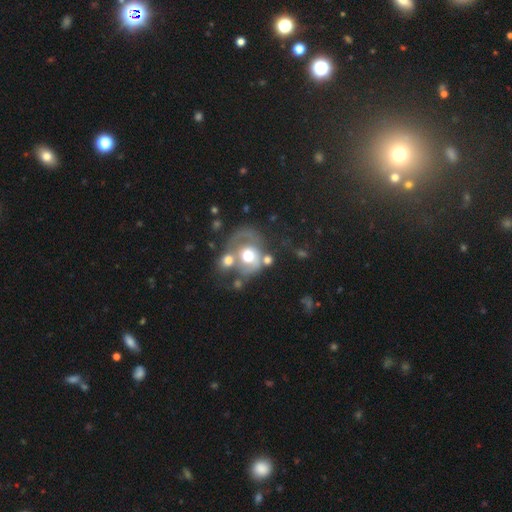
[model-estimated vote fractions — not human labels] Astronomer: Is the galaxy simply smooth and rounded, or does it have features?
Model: featured or disk — 56%.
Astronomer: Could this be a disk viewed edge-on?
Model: no — 96%.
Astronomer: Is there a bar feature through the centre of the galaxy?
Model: no — 84%.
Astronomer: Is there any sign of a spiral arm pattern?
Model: no — 60% (runner-up: yes, 40%).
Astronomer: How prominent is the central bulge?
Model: moderate — 64%.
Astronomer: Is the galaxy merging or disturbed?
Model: merger — 38% (runner-up: none, 30%).